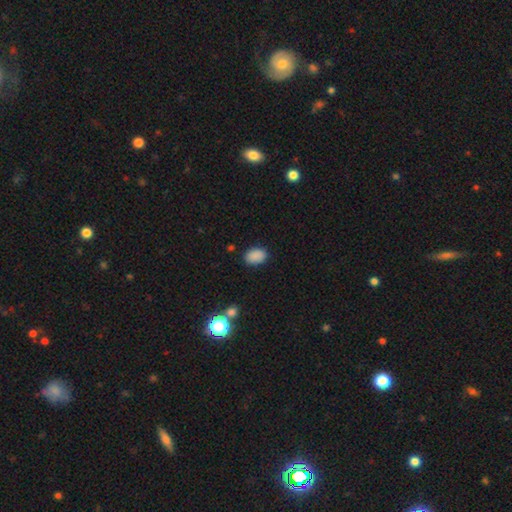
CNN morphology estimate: Overall: smooth (87%). How rounded: in between (84%). Merging: none (83%).